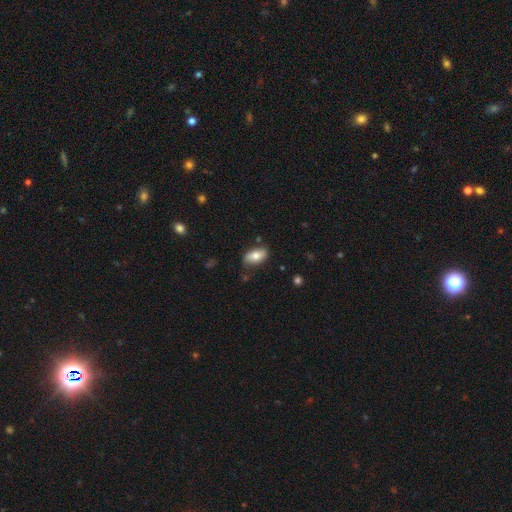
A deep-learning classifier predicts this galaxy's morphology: The model was most divided on "smooth or featured": smooth: 71%, featured or disk: 22%, star or artifact: 7%. More confident: how rounded — in between (91%); merging — none (76%).